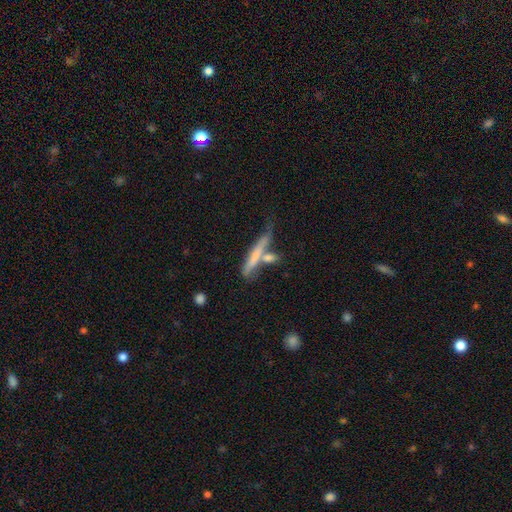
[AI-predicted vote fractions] Overall: smooth (54%; featured or disk 38%). How rounded: cigar-shaped (89%). Merging: none (47%; merger 30%).